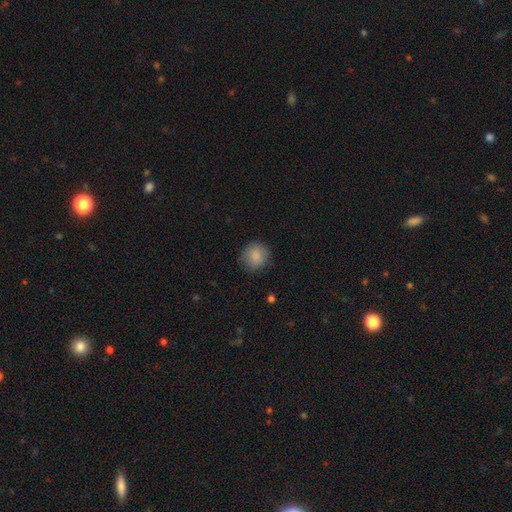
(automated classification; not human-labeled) Overall: smooth (86%). How rounded: round (90%). Merging: none (83%).